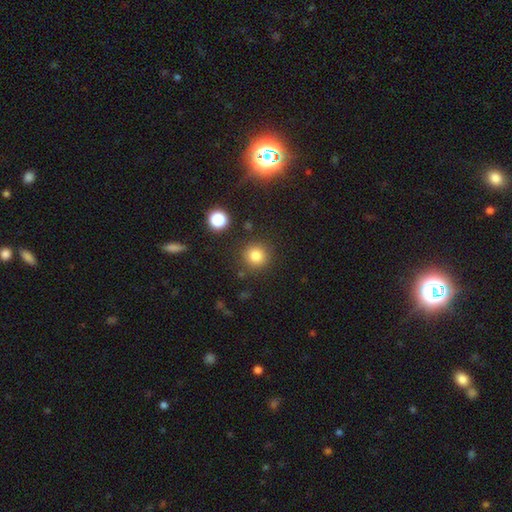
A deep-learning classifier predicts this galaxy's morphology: Q: Smooth or featured?
A: smooth (81%); runner-up: star or artifact (13%)
Q: How rounded?
A: round (93%); runner-up: in between (6%)
Q: Merging?
A: none (87%); runner-up: minor disturbance (7%)